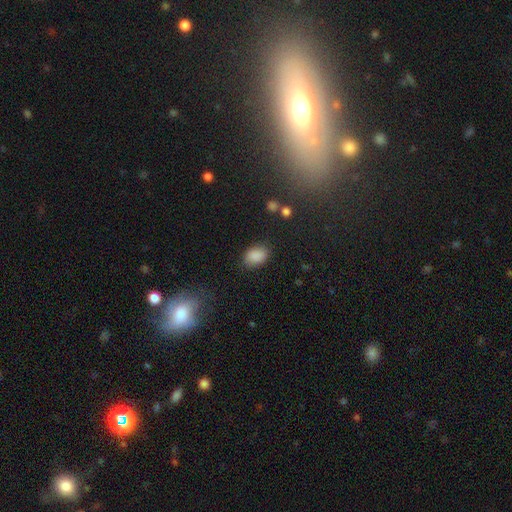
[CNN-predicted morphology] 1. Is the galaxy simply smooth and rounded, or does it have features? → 87% smooth, 9% star or artifact, 4% featured or disk.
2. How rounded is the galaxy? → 81% in between, 18% round, 1% cigar-shaped.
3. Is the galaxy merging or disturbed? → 81% none, 13% minor disturbance, 4% major disturbance, 2% merger.